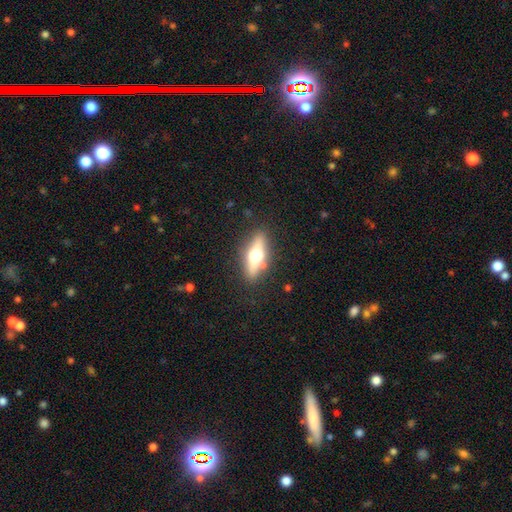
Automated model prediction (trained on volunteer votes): The model was most divided on "smooth or featured": featured or disk: 53%, smooth: 40%, star or artifact: 7%. More confident: edge-on disk — yes (85%); merging — none (84%).